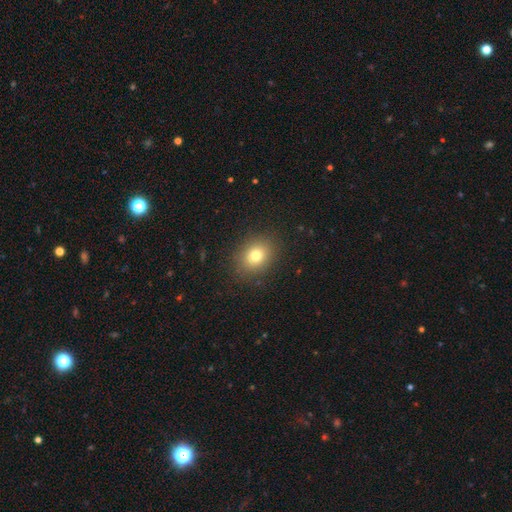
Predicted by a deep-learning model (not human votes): A smooth galaxy with no disk features (78%) that is round (53%).

Vote fractions:
- Smooth or featured? smooth: 78% / star or artifact: 12% / featured or disk: 9%
- How rounded? round: 53% / in between: 46% / cigar-shaped: 1%
- Merging? none: 88% / minor disturbance: 8% / major disturbance: 3% / merger: 1%